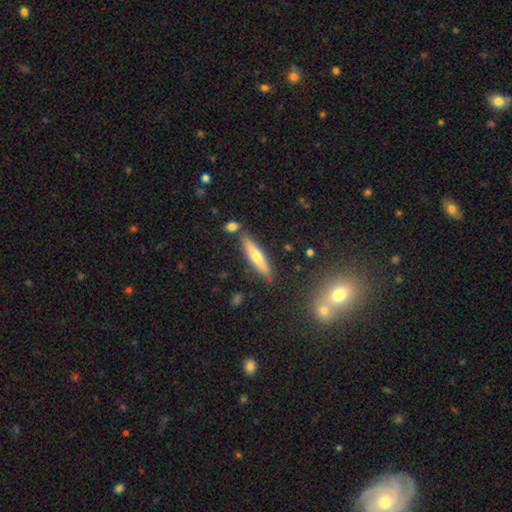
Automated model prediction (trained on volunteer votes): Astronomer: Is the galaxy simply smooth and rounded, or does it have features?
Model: featured or disk — 49% (runner-up: smooth, 44%).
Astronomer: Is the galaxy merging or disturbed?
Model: none — 83%.